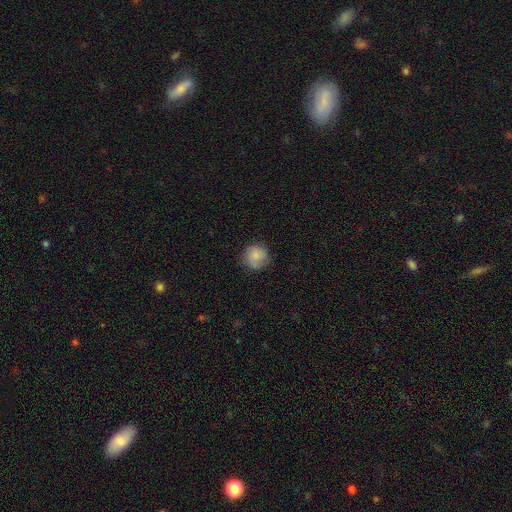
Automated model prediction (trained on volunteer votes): Smooth or featured? smooth (83%)
How rounded? round (90%)
Merging? none (74%)